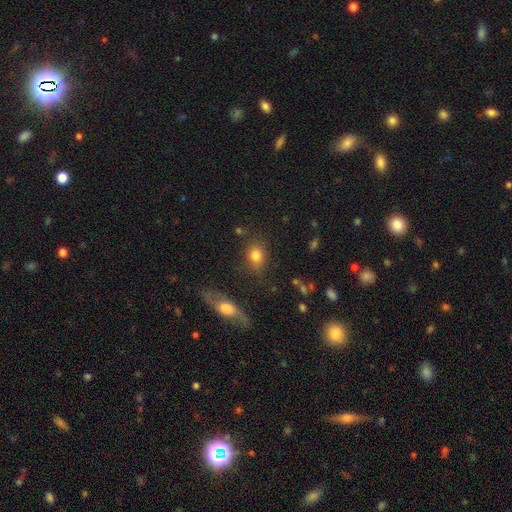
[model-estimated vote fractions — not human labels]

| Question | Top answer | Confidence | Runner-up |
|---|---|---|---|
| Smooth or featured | smooth | 80% | star or artifact (11%) |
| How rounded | in between | 61% | round (36%) |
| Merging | none | 73% | minor disturbance (15%) |